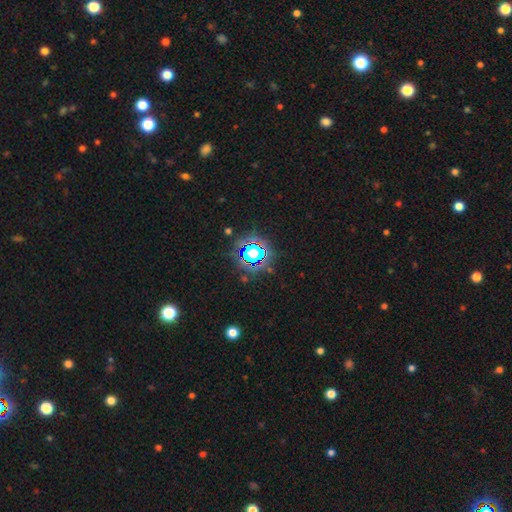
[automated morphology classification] Smooth or featured: star or artifact — 63% (smooth — 25%)